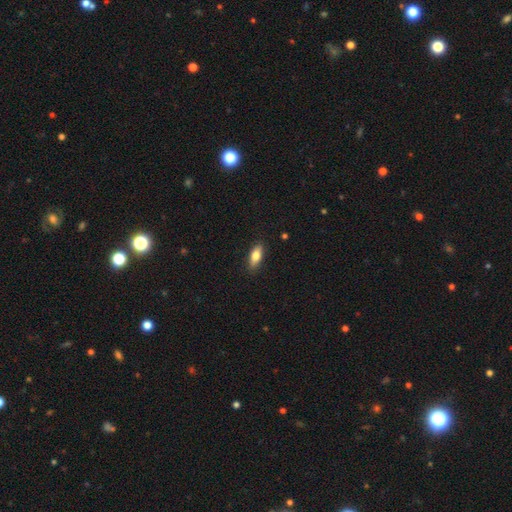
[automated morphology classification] This appears to be a smooth galaxy with no disk features (77%) that is in between round and cigar-shaped (74%). Merging: none (88%).